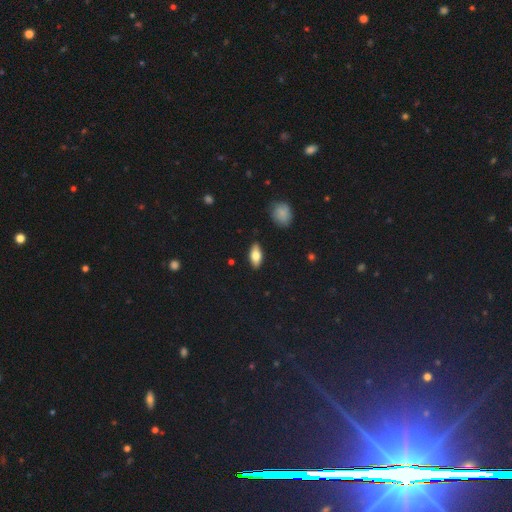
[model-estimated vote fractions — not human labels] Overall: smooth (73%). How rounded: in between (85%). Merging: none (88%).